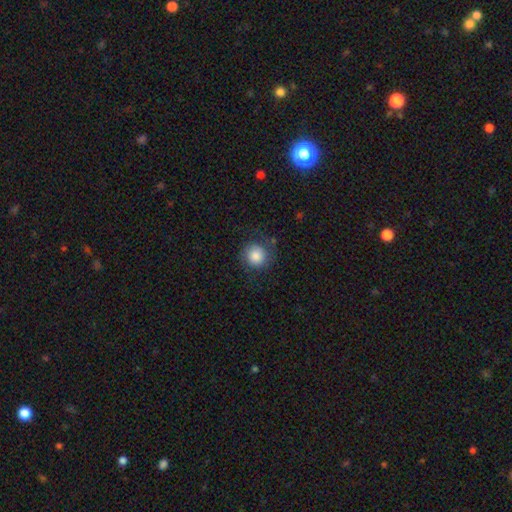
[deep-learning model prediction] A smooth galaxy with no disk features (79%) that is round (91%).

Vote fractions:
- Smooth or featured? smooth: 79% / featured or disk: 12% / star or artifact: 8%
- How rounded? round: 91% / in between: 8% / cigar-shaped: 1%
- Merging? none: 76% / minor disturbance: 15% / major disturbance: 7% / merger: 1%